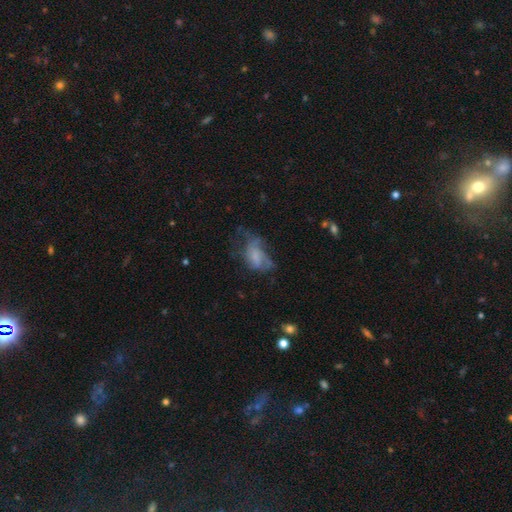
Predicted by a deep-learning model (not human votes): Smooth or featured? featured or disk (48%)
Merging? major disturbance (43%)